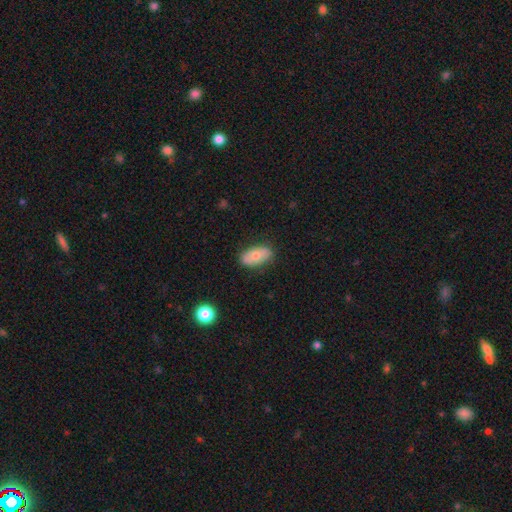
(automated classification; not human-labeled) This appears to be a smooth galaxy with no disk features (63%) that is in between round and cigar-shaped (92%). Merging: none (80%).